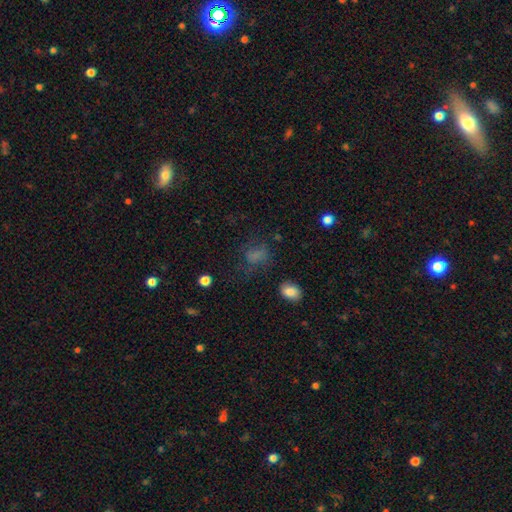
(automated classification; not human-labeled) Q: Smooth or featured?
A: smooth (64%); runner-up: star or artifact (21%)
Q: How rounded?
A: in between (58%); runner-up: round (40%)
Q: Merging?
A: none (49%); runner-up: major disturbance (26%)